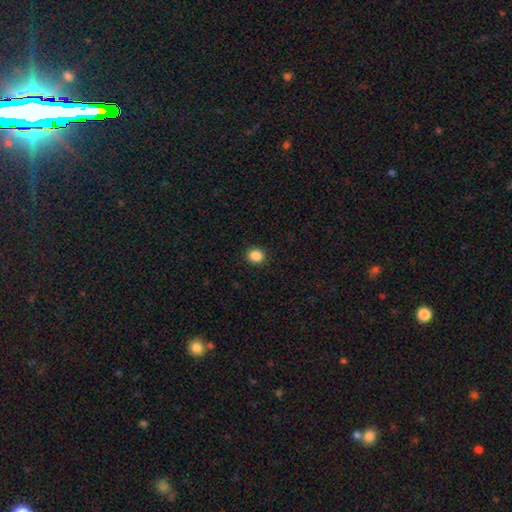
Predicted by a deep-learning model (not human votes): Morphology: type=smooth (87%); roundness=round (81%); merging=none (92%).